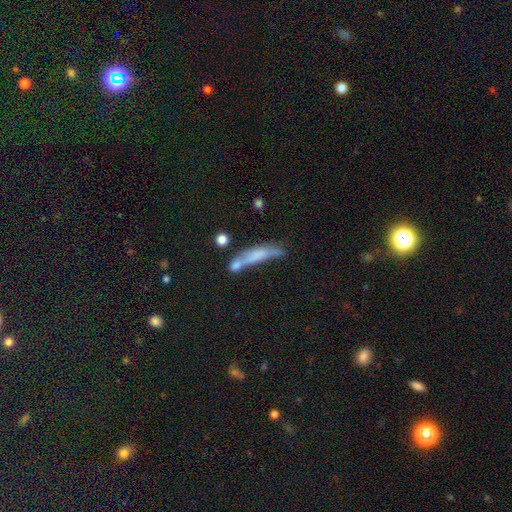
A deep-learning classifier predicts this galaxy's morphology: This is possibly a smooth galaxy (54%). How rounded: clearly cigar-shaped (80%). Merging: marginally none (37%).